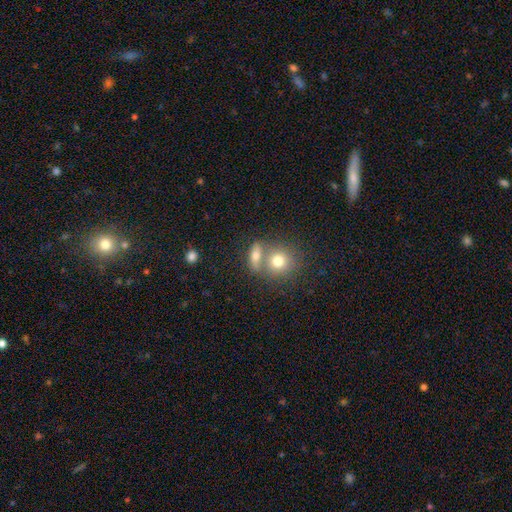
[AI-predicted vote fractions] Smooth or featured: smooth — 69% (featured or disk — 20%)
How rounded: in between — 50% (round — 37%)
Merging: none — 46% (merger — 41%)